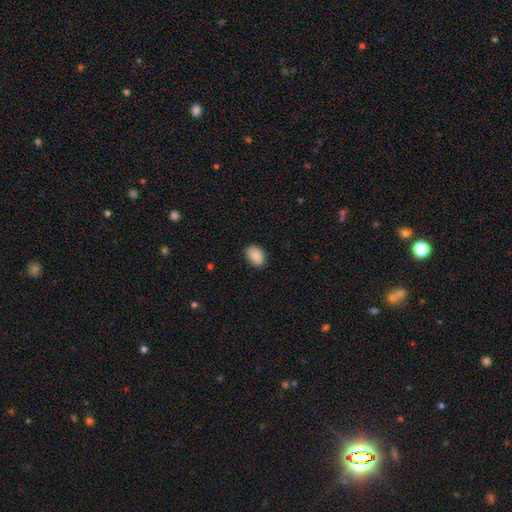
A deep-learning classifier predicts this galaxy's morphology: The model was most divided on "merging": none: 82%, minor disturbance: 15%, major disturbance: 3%, merger: 1%. More confident: smooth or featured — smooth (88%); how rounded — in between (84%).